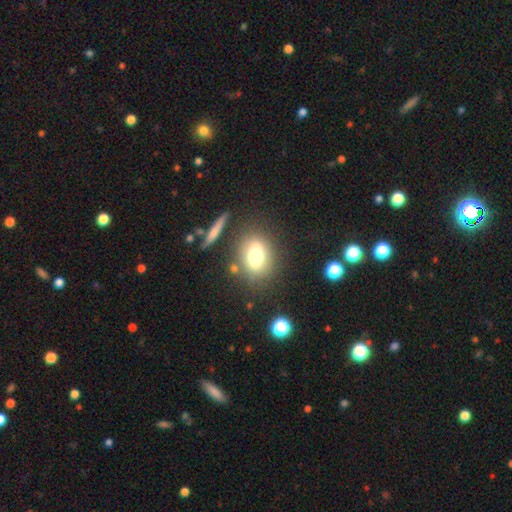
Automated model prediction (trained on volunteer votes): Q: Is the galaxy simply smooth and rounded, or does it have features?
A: smooth — 66%.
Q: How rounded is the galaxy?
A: in between — 64%.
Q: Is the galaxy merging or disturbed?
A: none — 76%.